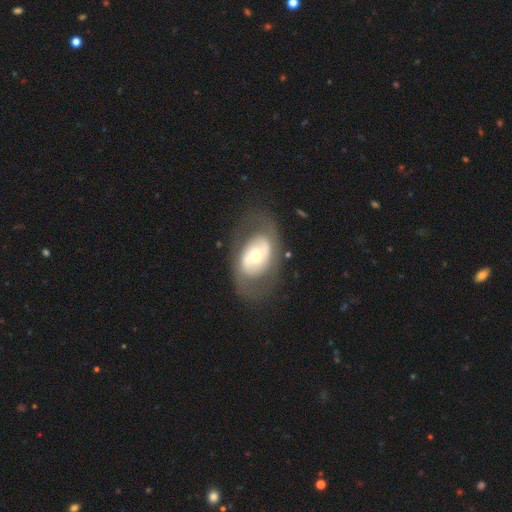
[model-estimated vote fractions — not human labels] smooth-or-featured: featured or disk: 64% | smooth: 30% | star or artifact: 6%
  disk-edge-on: no: 93% | yes: 7%
    bar: no: 66% | weak: 22% | strong: 12%
    has-spiral-arms: no: 56% | yes: 44%
    bulge-size: moderate: 60% | small: 28% | large: 10% | dominant: 2% | none: 1%
  merging: none: 70% | minor disturbance: 15% | major disturbance: 13% | merger: 2%